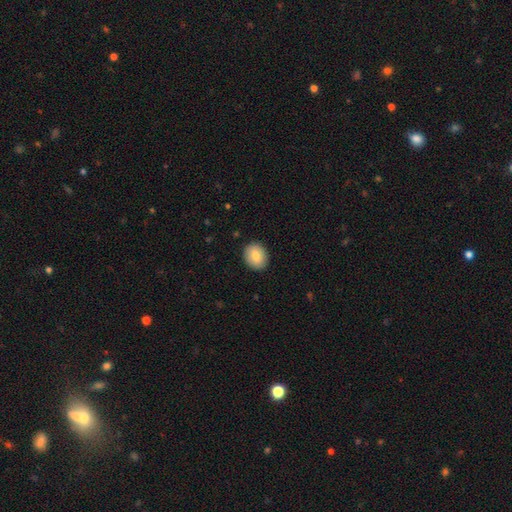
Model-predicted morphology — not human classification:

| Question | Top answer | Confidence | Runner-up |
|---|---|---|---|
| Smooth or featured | smooth | 80% | featured or disk (13%) |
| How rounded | round | 53% | in between (47%) |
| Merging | none | 88% | minor disturbance (9%) |